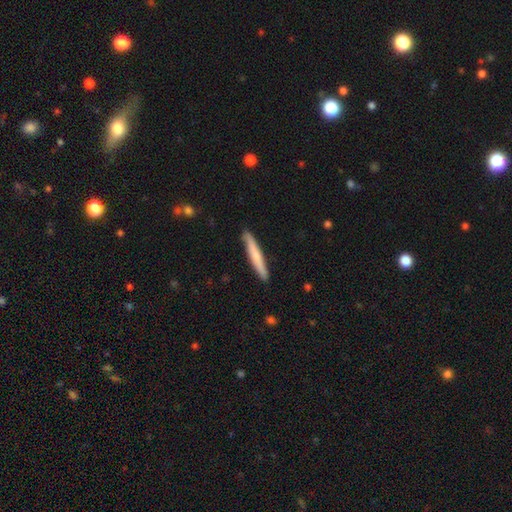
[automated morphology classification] Overall: smooth (67%; featured or disk 28%). How rounded: cigar-shaped (96%). Merging: none (89%).